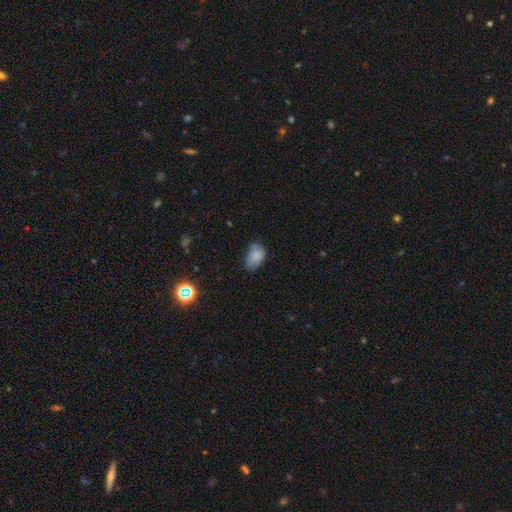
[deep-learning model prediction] This is clearly a smooth galaxy (80%). How rounded: clearly in between (88%). Merging: possibly none (54%).